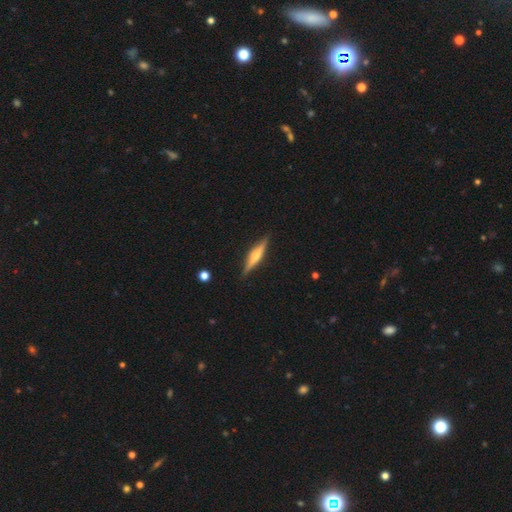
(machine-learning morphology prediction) The model was most divided on "smooth or featured": featured or disk: 61%, smooth: 33%, star or artifact: 6%. More confident: edge-on disk — yes (97%); merging — none (89%); edge-on bulge — rounded (67%).